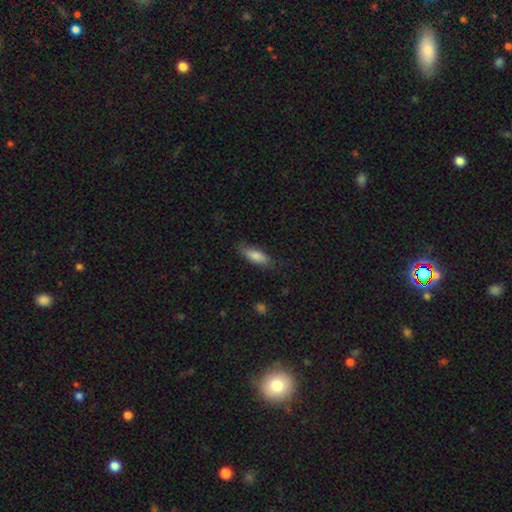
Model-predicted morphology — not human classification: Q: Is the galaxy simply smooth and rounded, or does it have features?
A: smooth — 79%.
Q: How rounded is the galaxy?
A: in between — 61%.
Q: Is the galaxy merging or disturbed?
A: none — 79%.